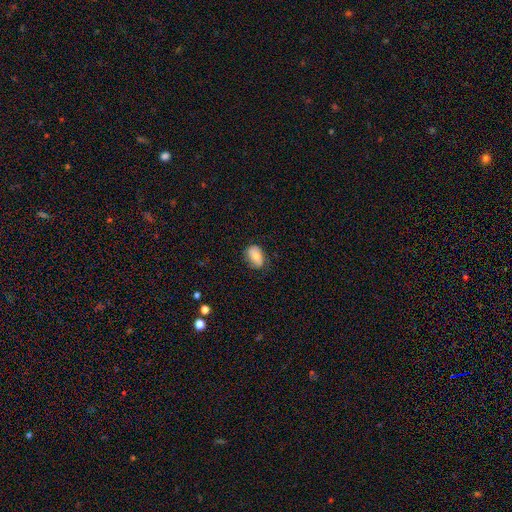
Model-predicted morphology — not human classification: A smooth galaxy with no disk features (72%) that is in between round and cigar-shaped (84%).

Vote fractions:
- Smooth or featured? smooth: 72% / featured or disk: 19% / star or artifact: 8%
- How rounded? in between: 84% / round: 15% / cigar-shaped: 2%
- Merging? none: 68% / minor disturbance: 25% / major disturbance: 6% / merger: 1%